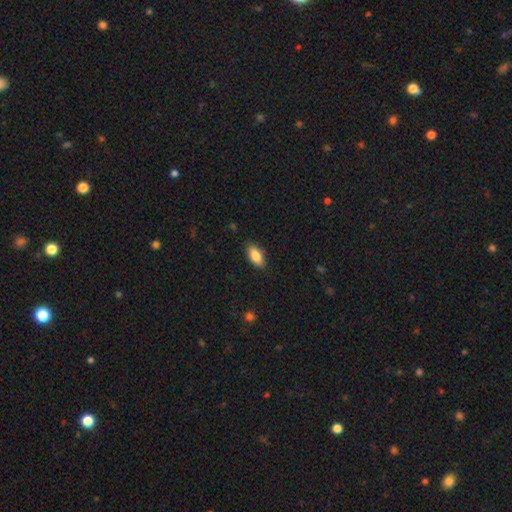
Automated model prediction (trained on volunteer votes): Overall: smooth (84%). How rounded: in between (89%). Merging: none (87%).